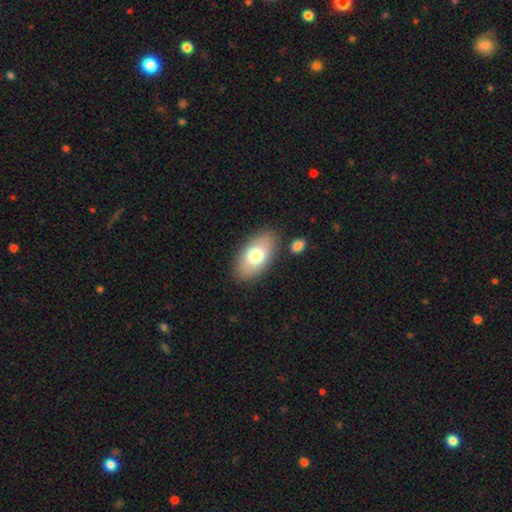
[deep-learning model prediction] Smooth or featured: smooth — 73% (featured or disk — 20%)
How rounded: in between — 93% (round — 5%)
Merging: none — 82% (minor disturbance — 10%)